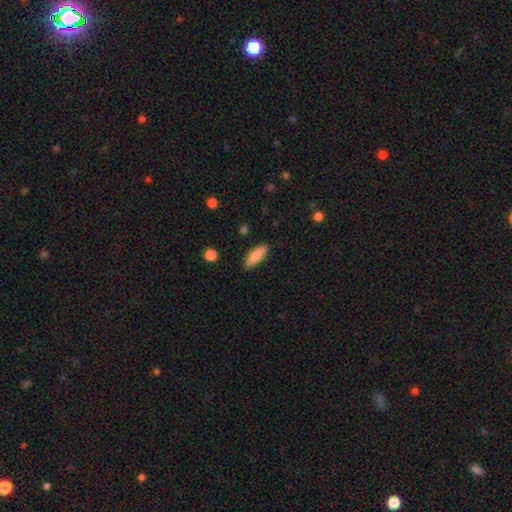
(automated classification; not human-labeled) smooth-or-featured: smooth: 83% | featured or disk: 11% | star or artifact: 6%
  how-rounded: in between: 66% | cigar-shaped: 32% | round: 2%
  merging: none: 86% | minor disturbance: 10% | major disturbance: 2% | merger: 1%